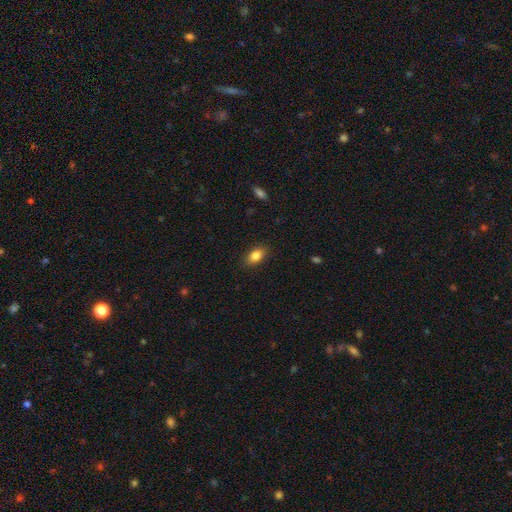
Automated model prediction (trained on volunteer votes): Smooth or featured?
  - smooth: 85% *
  - star or artifact: 8%
  - featured or disk: 7%
How rounded?
  - in between: 87% *
  - round: 10%
  - cigar-shaped: 3%
Merging?
  - none: 87% *
  - minor disturbance: 9%
  - major disturbance: 2%
  - merger: 1%